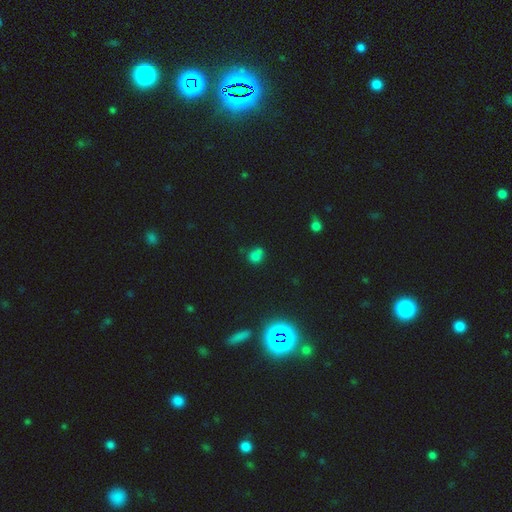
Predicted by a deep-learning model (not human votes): A smooth galaxy with no disk features (66%) that is round (73%). Merging: none (52%).